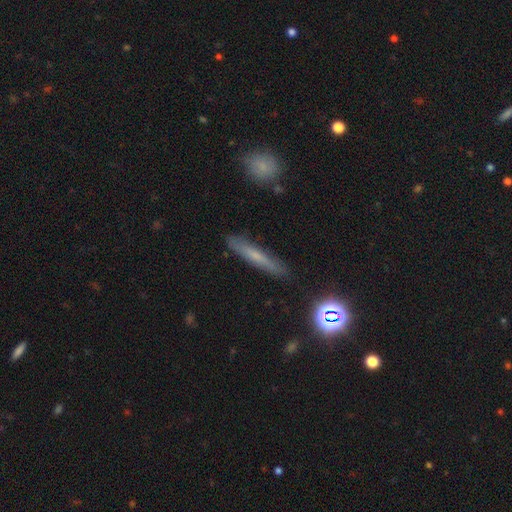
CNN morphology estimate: This is possibly a smooth galaxy (55%). How rounded: clearly cigar-shaped (90%). Merging: clearly none (86%).